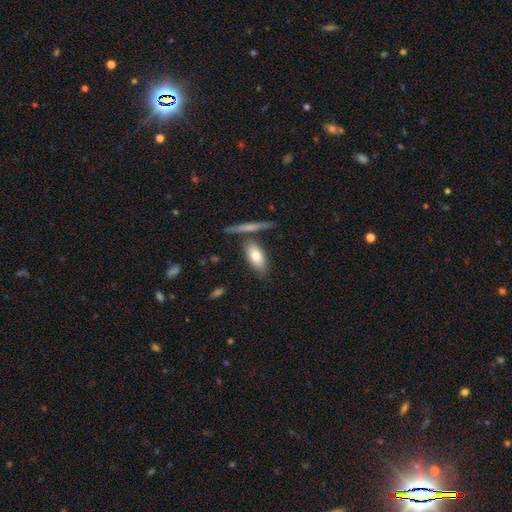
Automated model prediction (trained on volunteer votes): smooth_or_featured: smooth (p=0.73) [alt: featured or disk p=0.21]
how_rounded: in between (p=0.85) [alt: cigar-shaped p=0.11]
merging: none (p=0.66) [alt: merger p=0.15]